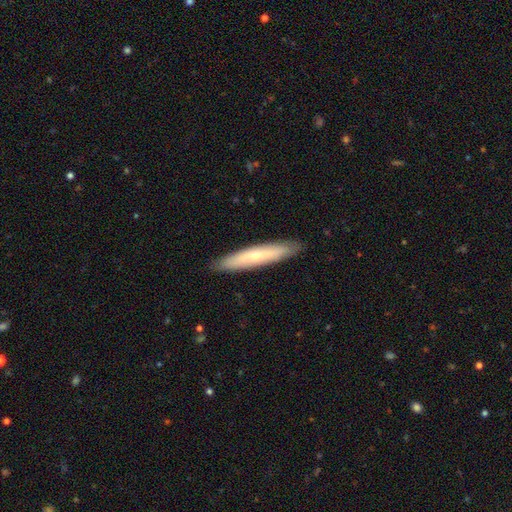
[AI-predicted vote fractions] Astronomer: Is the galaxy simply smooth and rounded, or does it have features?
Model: smooth — 54% (runner-up: featured or disk, 41%).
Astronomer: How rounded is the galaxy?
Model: cigar-shaped — 91%.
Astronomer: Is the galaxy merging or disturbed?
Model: none — 89%.